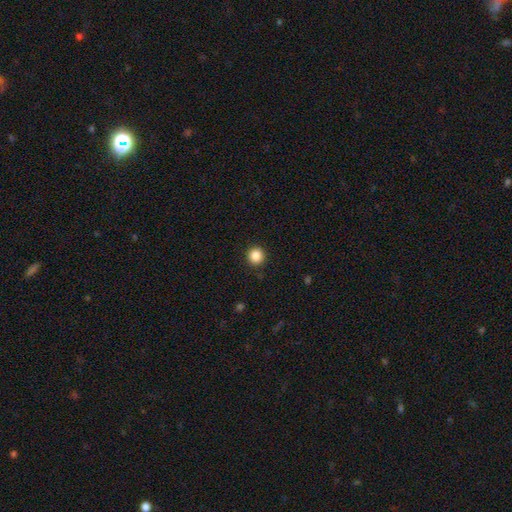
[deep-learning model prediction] Morphology: type=smooth (86%); roundness=round (94%); merging=none (92%).